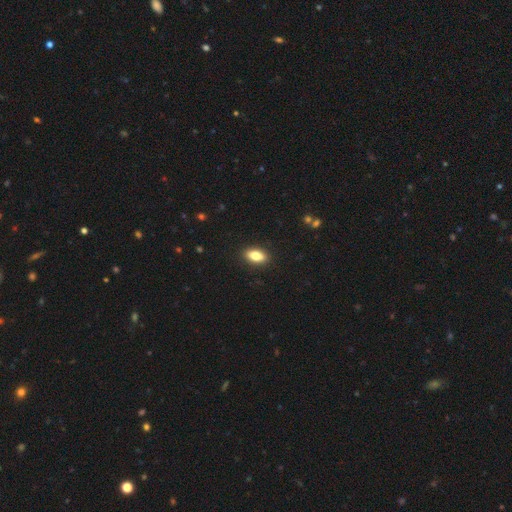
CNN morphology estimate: Smooth or featured? smooth (81%)
How rounded? in between (89%)
Merging? none (90%)